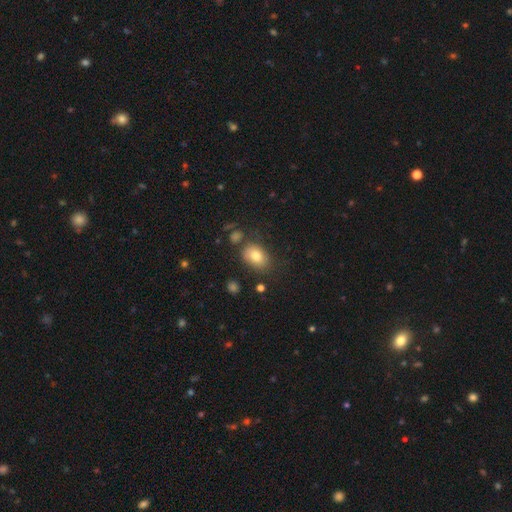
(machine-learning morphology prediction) A smooth galaxy with no disk features (80%) that is in between round and cigar-shaped (77%). Merging: none (71%).